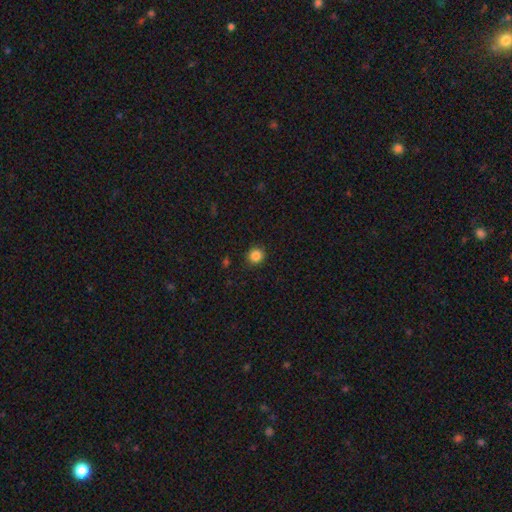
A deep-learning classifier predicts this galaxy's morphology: The model was most divided on "smooth or featured": smooth: 85%, star or artifact: 11%, featured or disk: 4%. More confident: how rounded — round (92%); merging — none (91%).